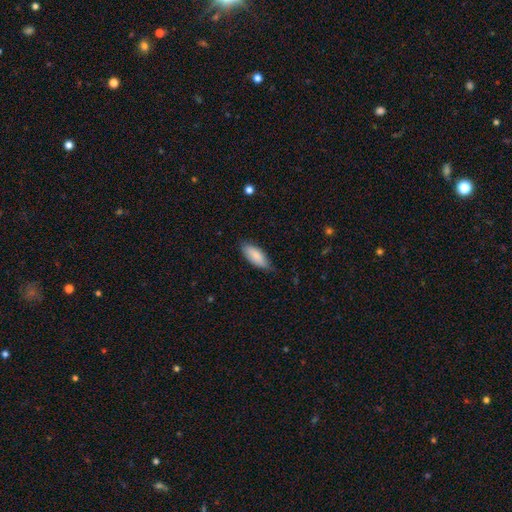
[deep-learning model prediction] Morphology: type=smooth (86%); roundness=in between (79%); merging=none (73%).